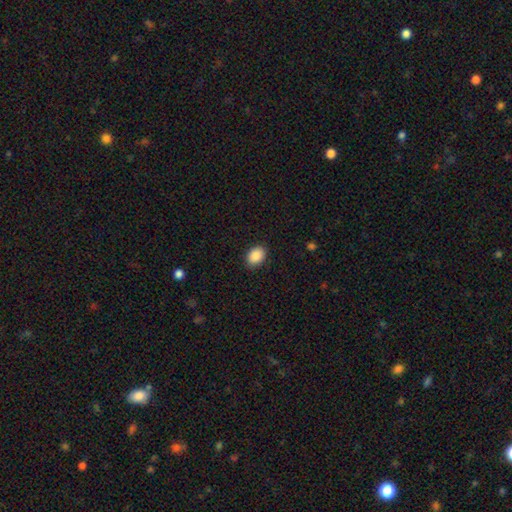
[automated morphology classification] The model was most divided on "how rounded": in between: 73%, round: 26%, cigar-shaped: 1%. More confident: smooth or featured — smooth (90%); merging — none (89%).